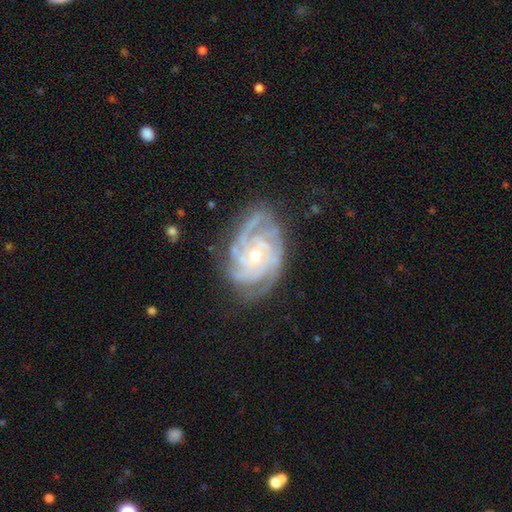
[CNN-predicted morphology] Smooth or featured?
  - featured or disk: 90% *
  - smooth: 5%
  - star or artifact: 5%
Edge-on disk?
  - no: 97% *
  - yes: 3%
Bar?
  - no: 72% *
  - weak: 21%
  - strong: 7%
Spiral arms?
  - yes: 97% *
  - no: 3%
Spiral winding?
  - tight: 71% *
  - medium: 25%
  - loose: 4%
Spiral arm count?
  - 3: 35% *
  - 4: 21%
  - can't tell: 19%
  - 2: 12%
  - more than 4: 7%
  - 1: 6%
Bulge size?
  - moderate: 64% *
  - small: 32%
  - large: 3%
  - none: 1%
  - dominant: 1%
Merging?
  - none: 73% *
  - minor disturbance: 19%
  - major disturbance: 7%
  - merger: 2%